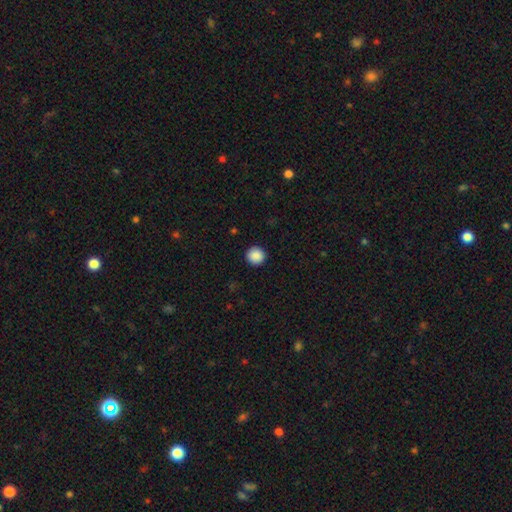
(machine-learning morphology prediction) smooth-or-featured: smooth: 89% | star or artifact: 8% | featured or disk: 3%
  how-rounded: round: 95% | in between: 4% | cigar-shaped: 1%
  merging: none: 93% | minor disturbance: 4% | major disturbance: 2% | merger: 1%